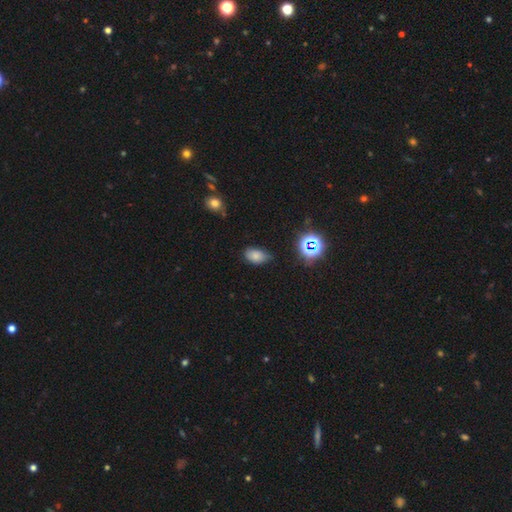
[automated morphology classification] This is likely a smooth galaxy (75%). How rounded: clearly in between (89%). Merging: likely none (65%).